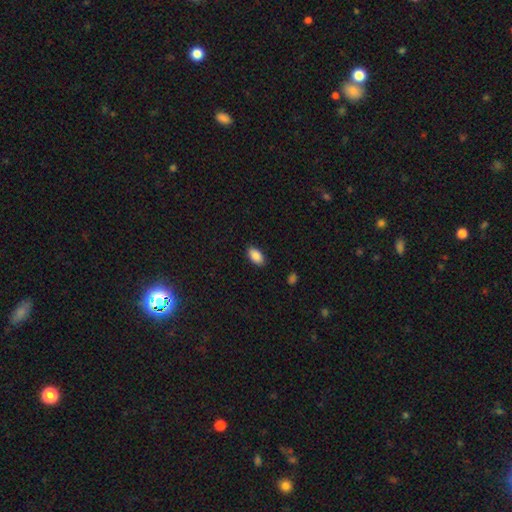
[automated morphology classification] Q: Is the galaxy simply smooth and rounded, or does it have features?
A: smooth — 87%.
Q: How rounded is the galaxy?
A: in between — 94%.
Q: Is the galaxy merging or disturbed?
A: none — 88%.